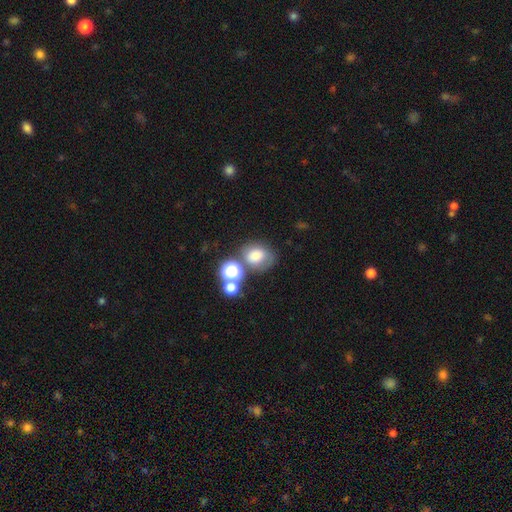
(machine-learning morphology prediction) Smooth or featured: smooth — 71% (star or artifact — 15%)
How rounded: round — 57% (in between — 42%)
Merging: none — 52% (merger — 22%)